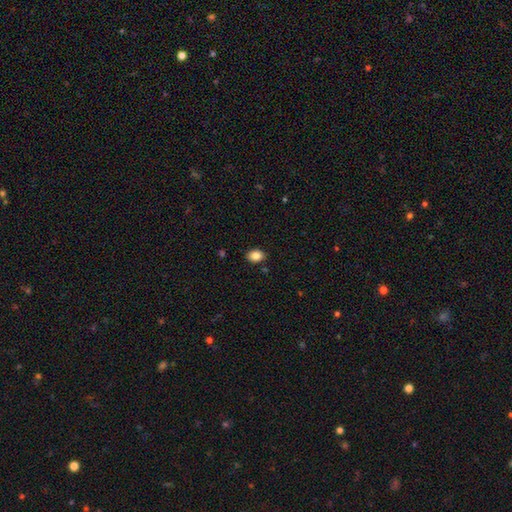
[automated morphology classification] Smooth or featured: smooth — 86% (star or artifact — 9%)
How rounded: in between — 70% (round — 29%)
Merging: none — 88% (minor disturbance — 9%)